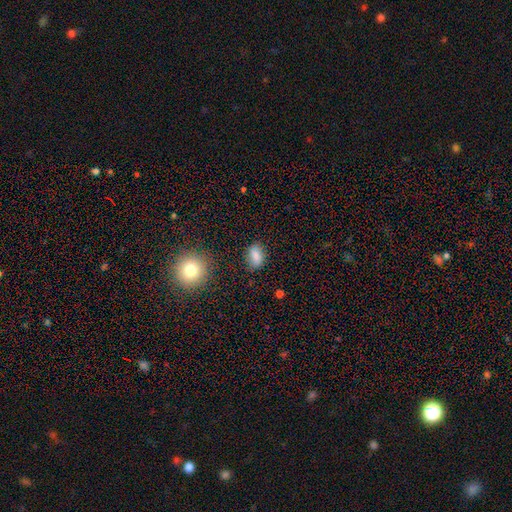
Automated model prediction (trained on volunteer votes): Smooth or featured?
  - smooth: 80% *
  - featured or disk: 10%
  - star or artifact: 10%
How rounded?
  - in between: 84% *
  - round: 12%
  - cigar-shaped: 4%
Merging?
  - none: 77% *
  - minor disturbance: 17%
  - major disturbance: 4%
  - merger: 2%